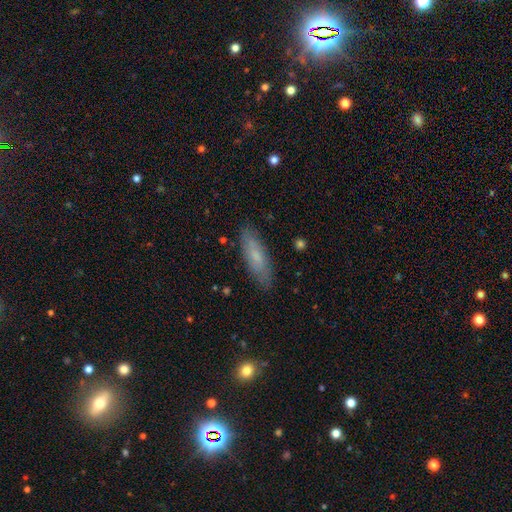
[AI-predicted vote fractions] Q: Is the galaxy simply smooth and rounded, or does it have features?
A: smooth — 61%.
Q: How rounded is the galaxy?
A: cigar-shaped — 54%.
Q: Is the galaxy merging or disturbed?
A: none — 84%.